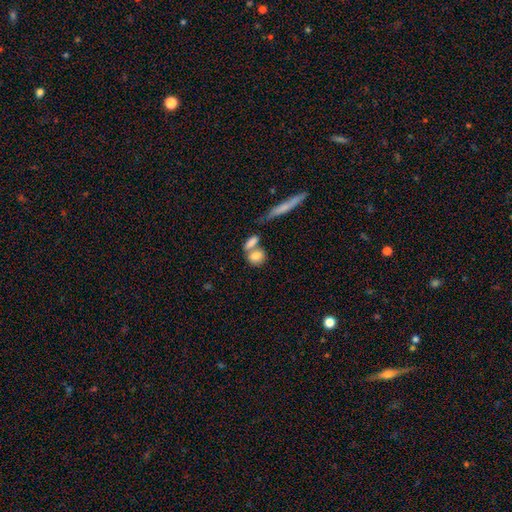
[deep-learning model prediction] smooth-or-featured: smooth: 80% | featured or disk: 13% | star or artifact: 7%
  how-rounded: in between: 56% | round: 34% | cigar-shaped: 10%
  merging: merger: 44% | none: 40% | minor disturbance: 10% | major disturbance: 6%